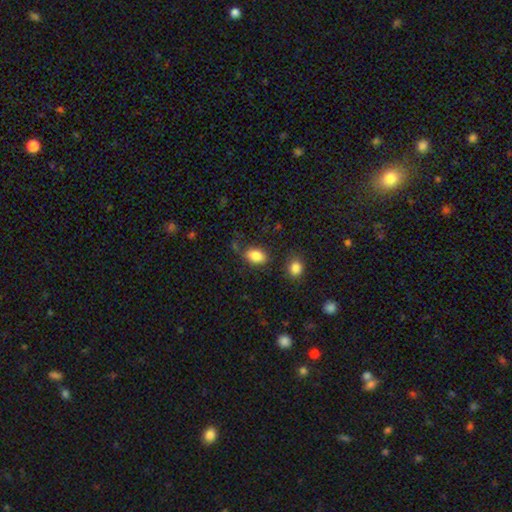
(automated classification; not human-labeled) This appears to be a smooth galaxy with no disk features (86%) that is in between round and cigar-shaped (87%). Merging: none (71%).